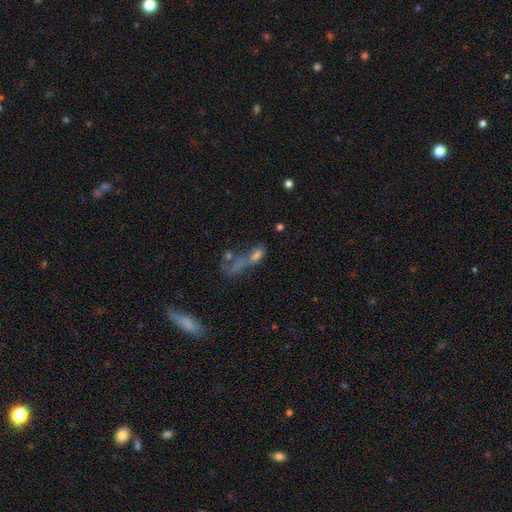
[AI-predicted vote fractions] Q: Smooth or featured?
A: smooth (49%); runner-up: featured or disk (29%)
Q: Merging?
A: merger (39%); runner-up: none (25%)